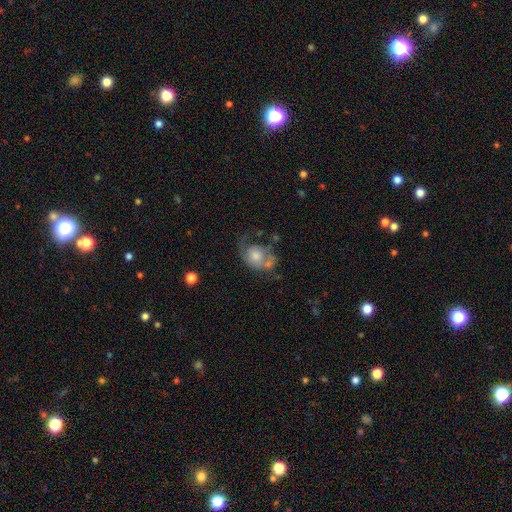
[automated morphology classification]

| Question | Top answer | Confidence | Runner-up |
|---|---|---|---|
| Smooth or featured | smooth | 46% | featured or disk (45%) |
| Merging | none | 30% | major disturbance (28%) |